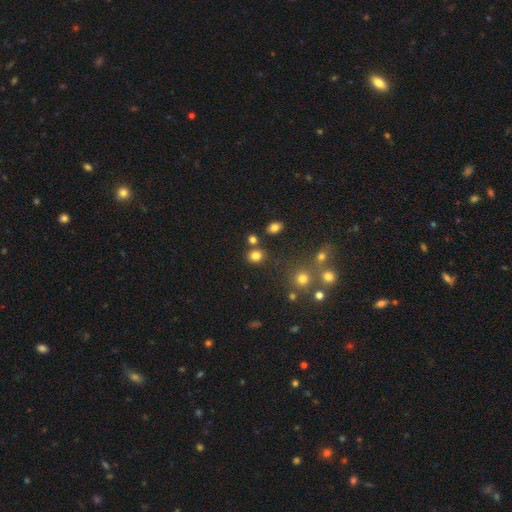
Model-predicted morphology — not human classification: Overall: smooth (80%). How rounded: round (72%). Merging: none (78%).